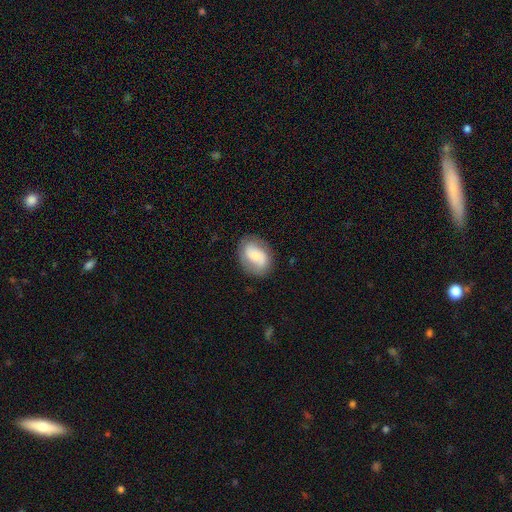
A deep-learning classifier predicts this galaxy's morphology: Q: Smooth or featured?
A: smooth (52%); runner-up: featured or disk (40%)
Q: How rounded?
A: in between (72%); runner-up: round (26%)
Q: Merging?
A: none (77%); runner-up: minor disturbance (16%)